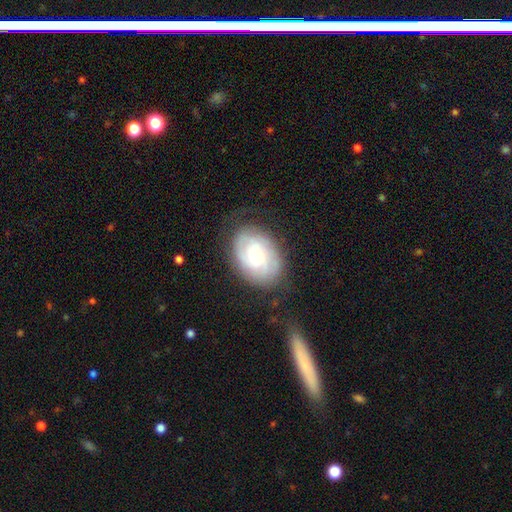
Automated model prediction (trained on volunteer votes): Smooth or featured? Predicted: featured or disk (p=0.63). Edge-on disk? Predicted: no (p=0.96). Bar? Predicted: no (p=0.68). Spiral arms? Predicted: yes (p=0.87). Spiral winding? Predicted: tight (p=0.61). Spiral arm count? Predicted: can't tell (p=0.39). Bulge size? Predicted: small (p=0.46). Merging? Predicted: none (p=0.72).